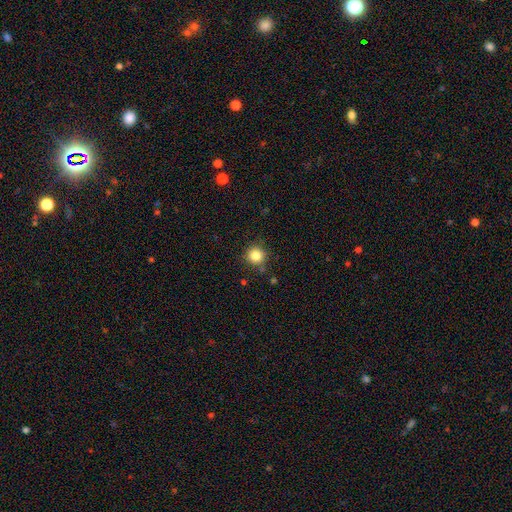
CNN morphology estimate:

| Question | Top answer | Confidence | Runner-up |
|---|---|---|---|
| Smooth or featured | smooth | 84% | star or artifact (11%) |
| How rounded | round | 94% | in between (5%) |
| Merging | none | 86% | minor disturbance (9%) |